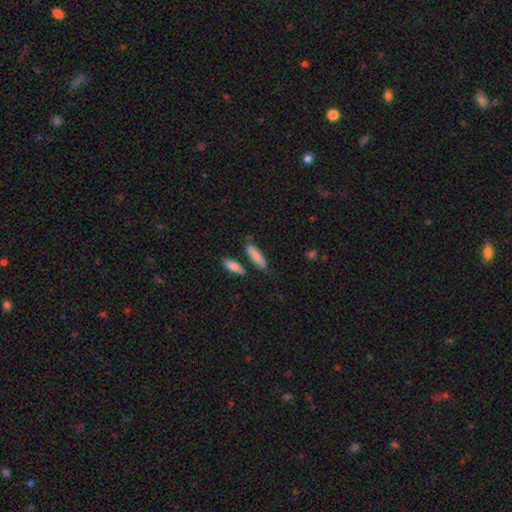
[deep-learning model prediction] Smooth or featured?
  - smooth: 84% *
  - featured or disk: 10%
  - star or artifact: 6%
How rounded?
  - cigar-shaped: 65% *
  - in between: 33%
  - round: 2%
Merging?
  - none: 75% *
  - minor disturbance: 14%
  - merger: 8%
  - major disturbance: 3%